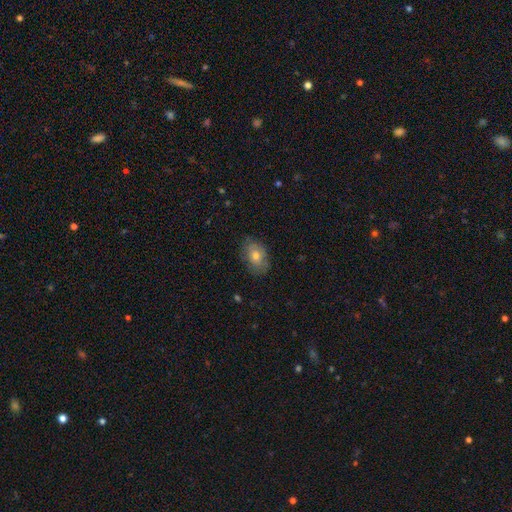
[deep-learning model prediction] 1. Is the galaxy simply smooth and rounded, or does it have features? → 65% smooth, 25% featured or disk, 9% star or artifact.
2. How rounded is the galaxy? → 83% in between, 16% round, 2% cigar-shaped.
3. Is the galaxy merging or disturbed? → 78% none, 17% minor disturbance, 4% major disturbance, 1% merger.